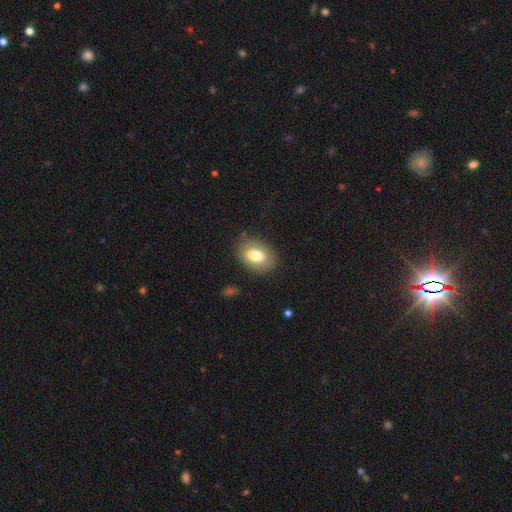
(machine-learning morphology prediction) Smooth or featured?
  - smooth: 74% *
  - featured or disk: 17%
  - star or artifact: 8%
How rounded?
  - in between: 78% *
  - round: 21%
  - cigar-shaped: 1%
Merging?
  - none: 82% *
  - minor disturbance: 13%
  - major disturbance: 4%
  - merger: 1%